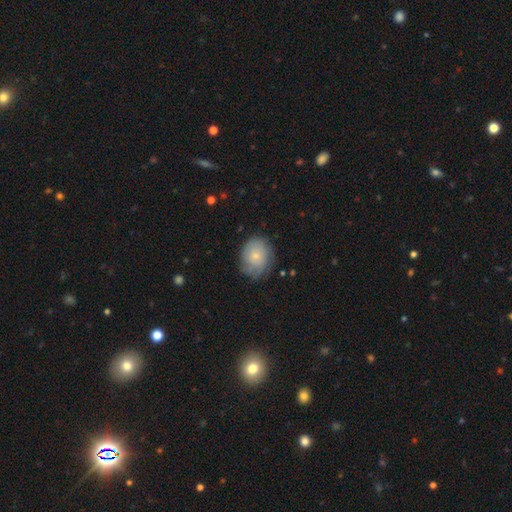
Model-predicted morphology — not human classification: This is likely a smooth galaxy (64%). How rounded: possibly round (56%). Merging: likely none (69%).